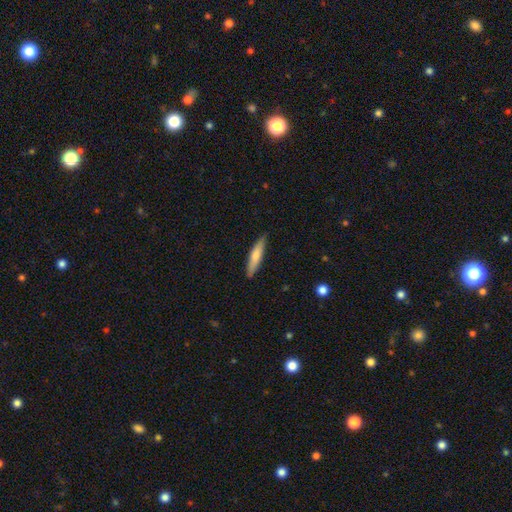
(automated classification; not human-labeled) The model was most divided on "smooth or featured": smooth: 70%, featured or disk: 25%, star or artifact: 6%. More confident: merging — none (84%); how rounded — cigar-shaped (83%).